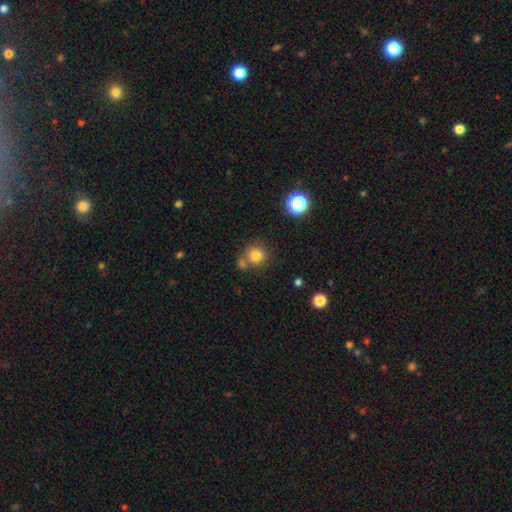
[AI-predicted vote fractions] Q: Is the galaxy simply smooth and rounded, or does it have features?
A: smooth — 80%.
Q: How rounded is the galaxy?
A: round — 93%.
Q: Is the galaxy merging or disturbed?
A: none — 67%.